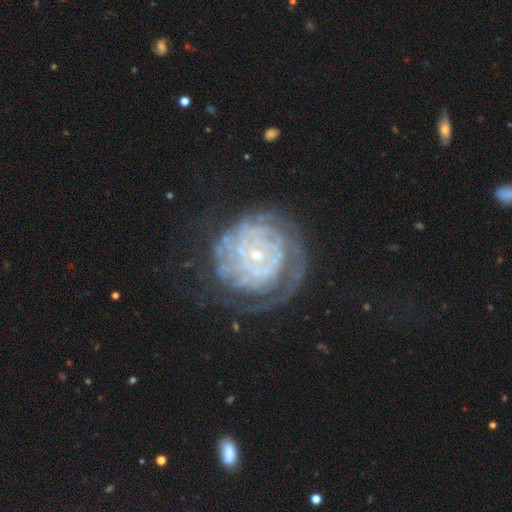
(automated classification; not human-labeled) Overall: featured or disk (82%). Edge-on disk: no (97%). Bar: no (74%). Spiral arms: yes (90%). Spiral arm count: can't tell (47%; 2 13%). Spiral winding: tight (82%). Bulge size: small (79%). Merging: none (64%).